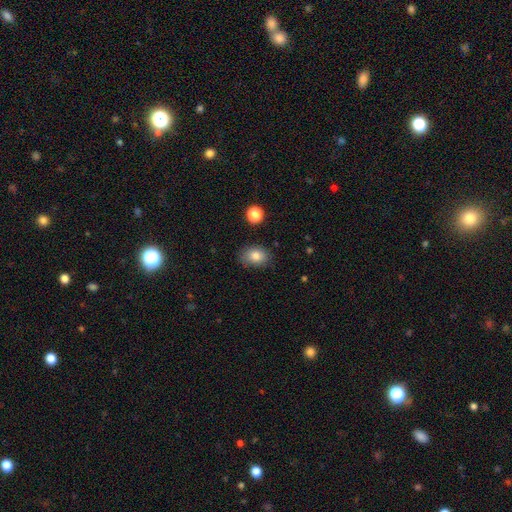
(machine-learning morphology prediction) smooth-or-featured: smooth: 82% | star or artifact: 10% | featured or disk: 8%
  how-rounded: in between: 72% | round: 27% | cigar-shaped: 1%
  merging: none: 80% | minor disturbance: 15% | major disturbance: 3% | merger: 2%